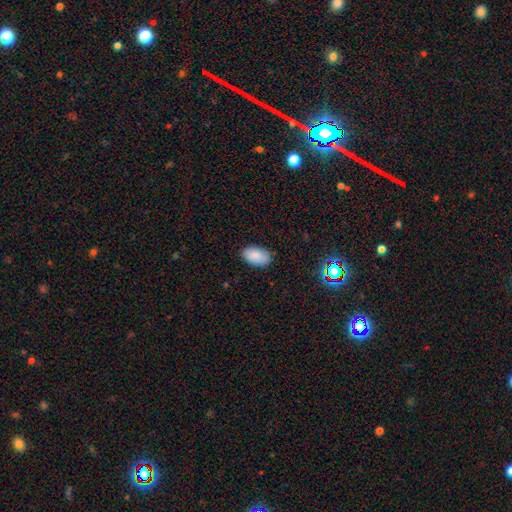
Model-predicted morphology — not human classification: Smooth or featured? smooth (86%)
How rounded? in between (94%)
Merging? none (84%)